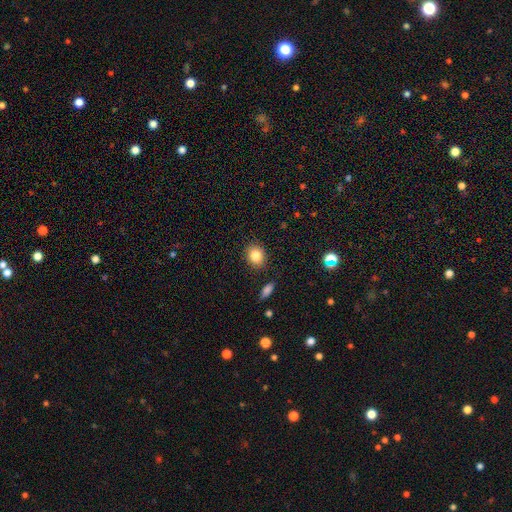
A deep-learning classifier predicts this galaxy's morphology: type=smooth (83%); roundness=round (62%); merging=none (87%).